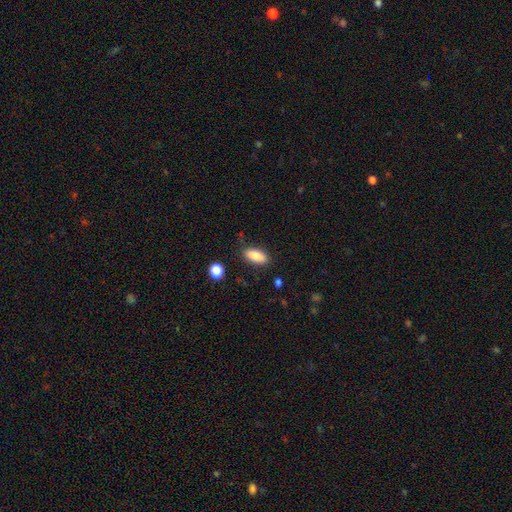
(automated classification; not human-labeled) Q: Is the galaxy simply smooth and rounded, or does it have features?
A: smooth — 83%.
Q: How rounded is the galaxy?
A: in between — 81%.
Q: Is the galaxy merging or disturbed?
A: none — 84%.